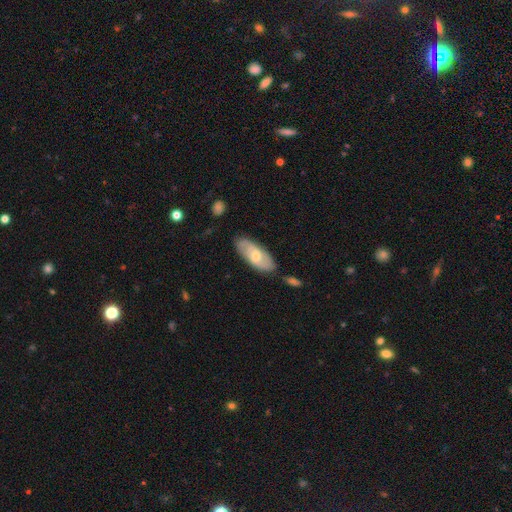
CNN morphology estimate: The model was most divided on "smooth or featured": featured or disk: 48%, smooth: 46%, star or artifact: 6%. More confident: merging — none (81%).